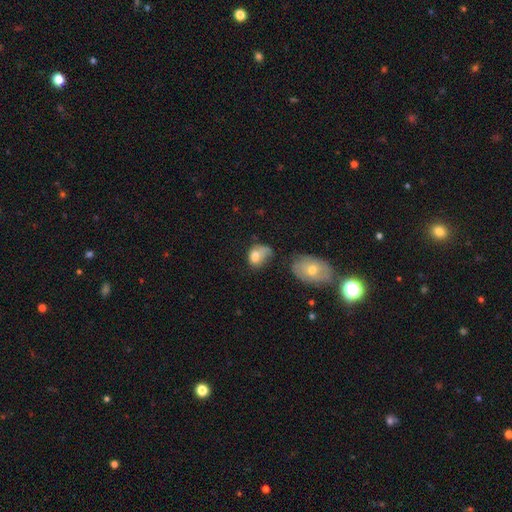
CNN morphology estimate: The model was most divided on "merging": minor disturbance: 28%, major disturbance: 27%, none: 26%, merger: 19%. More confident: smooth or featured — smooth (72%); how rounded — in between (68%).